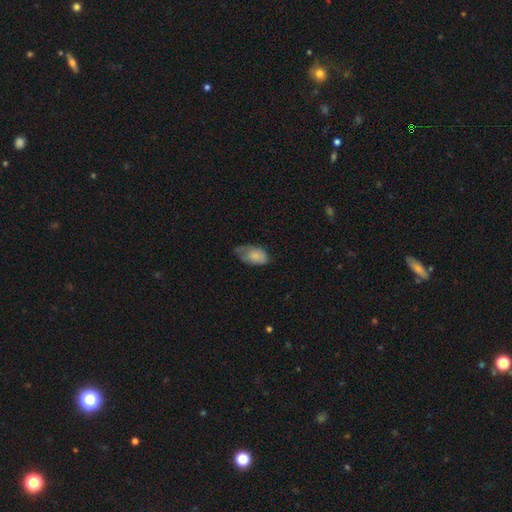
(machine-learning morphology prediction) Q: Smooth or featured?
A: smooth (76%); runner-up: featured or disk (16%)
Q: How rounded?
A: in between (92%); runner-up: round (6%)
Q: Merging?
A: minor disturbance (42%); runner-up: none (35%)